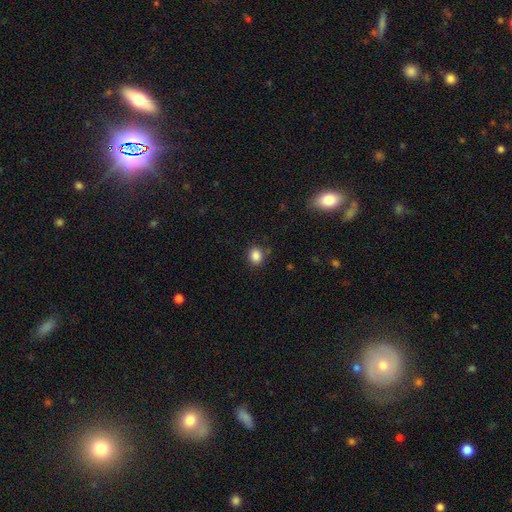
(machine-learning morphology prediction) smooth 86%, star or artifact 10%, featured or disk 4%. Down the decision tree: how rounded — round (68%); merging — none (85%).